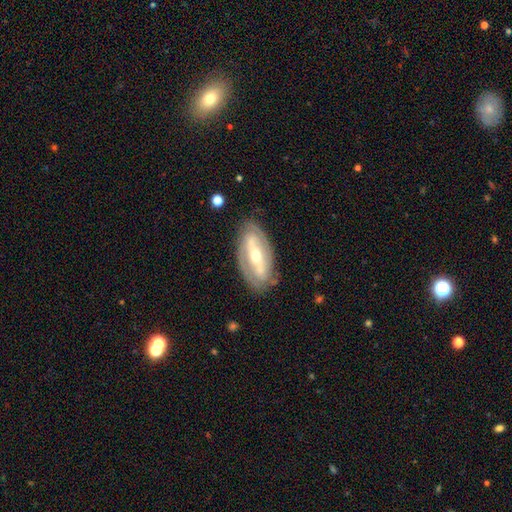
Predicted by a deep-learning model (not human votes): Overall: featured or disk (78%). Edge-on disk: no (89%). Bar: strong (58%; weak 23%). Spiral arms: yes (68%; no 32%). Bulge size: moderate (57%; small 37%). Merging: none (80%).